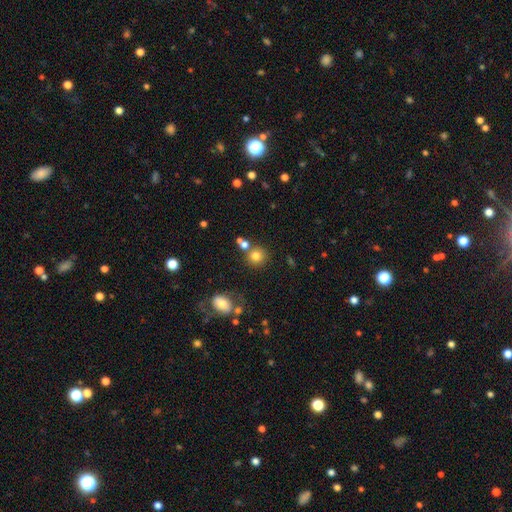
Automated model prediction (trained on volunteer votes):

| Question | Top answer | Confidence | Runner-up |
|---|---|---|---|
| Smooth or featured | smooth | 77% | star or artifact (14%) |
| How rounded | round | 88% | in between (11%) |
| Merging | none | 69% | merger (18%) |